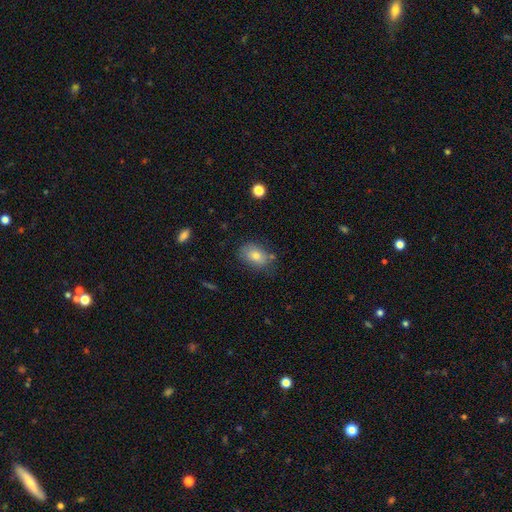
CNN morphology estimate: A smooth galaxy with no disk features (77%) that is in between round and cigar-shaped (83%). Merging: none (73%).